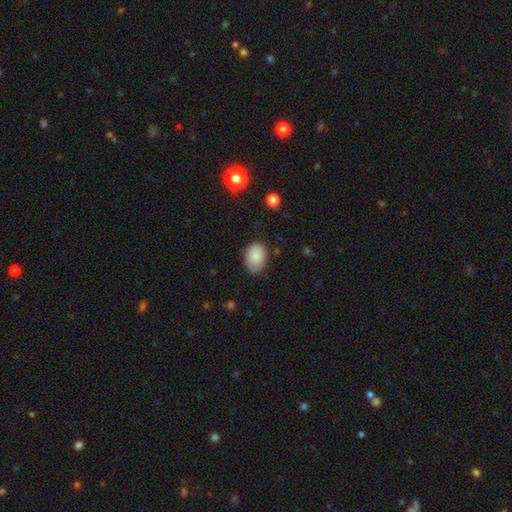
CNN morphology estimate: Q: Smooth or featured?
A: smooth (87%); runner-up: star or artifact (7%)
Q: How rounded?
A: in between (80%); runner-up: round (19%)
Q: Merging?
A: none (76%); runner-up: minor disturbance (19%)